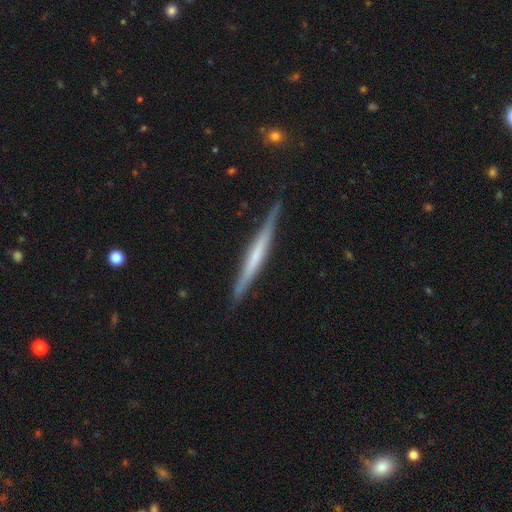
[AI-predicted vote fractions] featured or disk 65%, smooth 30%, star or artifact 5%. Down the decision tree: edge-on disk — yes (97%); edge-on bulge — none (65%); merging — none (88%).